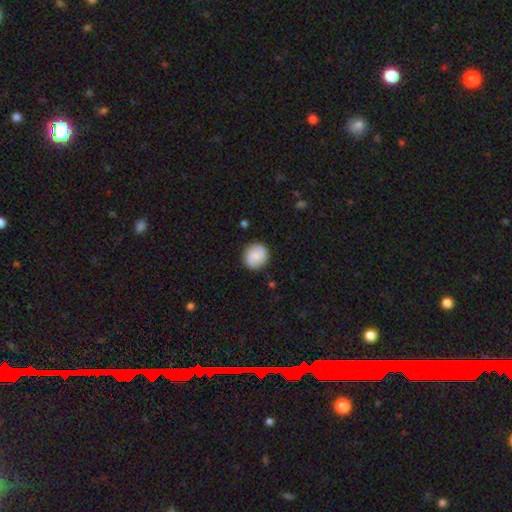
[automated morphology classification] The model was most divided on "how rounded": round: 85%, in between: 14%, cigar-shaped: 1%. More confident: merging — none (88%); smooth or featured — smooth (83%).